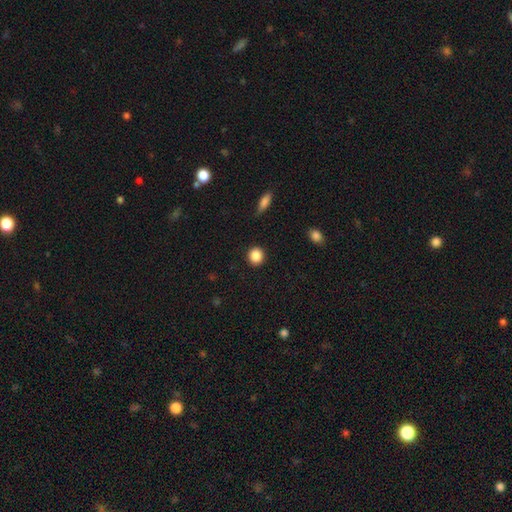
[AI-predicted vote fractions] A smooth galaxy with no disk features (87%) that is round (90%).

Vote fractions:
- Smooth or featured? smooth: 87% / star or artifact: 9% / featured or disk: 4%
- How rounded? round: 90% / in between: 9% / cigar-shaped: 1%
- Merging? none: 91% / minor disturbance: 6% / major disturbance: 2% / merger: 1%